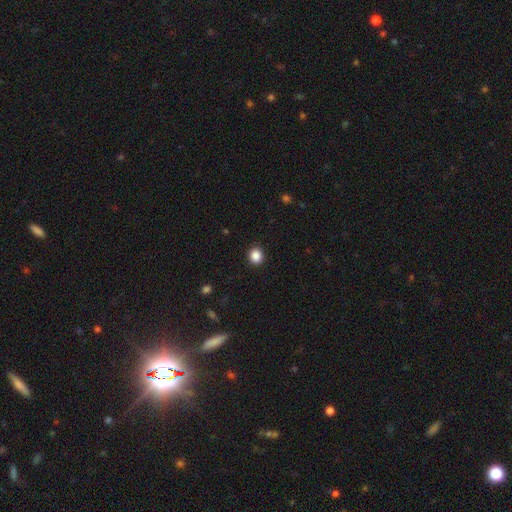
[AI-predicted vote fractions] Smooth or featured?
  - smooth: 87% *
  - star or artifact: 10%
  - featured or disk: 3%
How rounded?
  - round: 78% *
  - in between: 21%
  - cigar-shaped: 1%
Merging?
  - none: 91% *
  - minor disturbance: 6%
  - major disturbance: 2%
  - merger: 1%